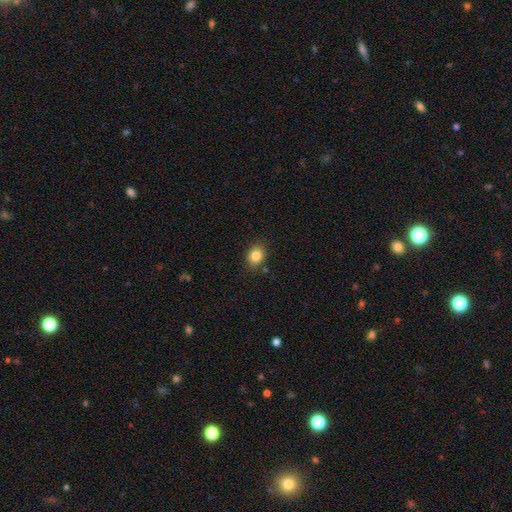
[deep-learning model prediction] Morphology: type=smooth (84%); roundness=in between (52%); merging=none (85%).